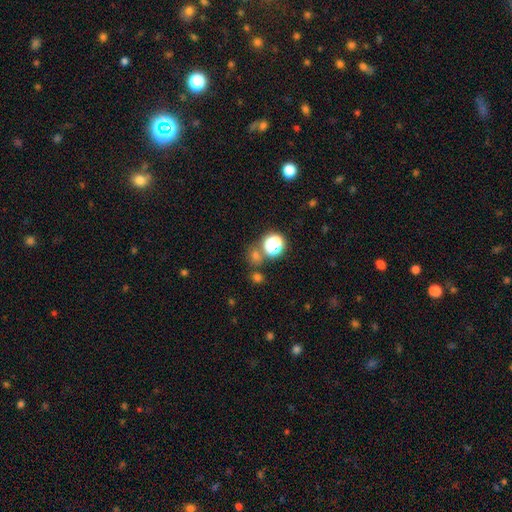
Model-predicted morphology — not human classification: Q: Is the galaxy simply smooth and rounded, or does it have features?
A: smooth — 52%.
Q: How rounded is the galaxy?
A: round — 82%.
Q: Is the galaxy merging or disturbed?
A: none — 69%.